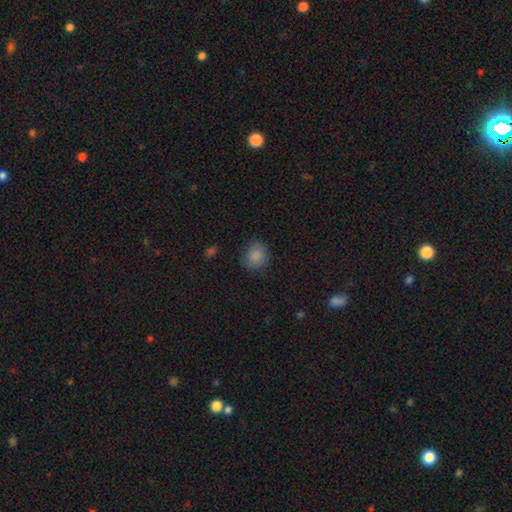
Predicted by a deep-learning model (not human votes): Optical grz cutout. It shows a smooth galaxy with no disk features (83%) that is round (77%). Merging: none (76%).